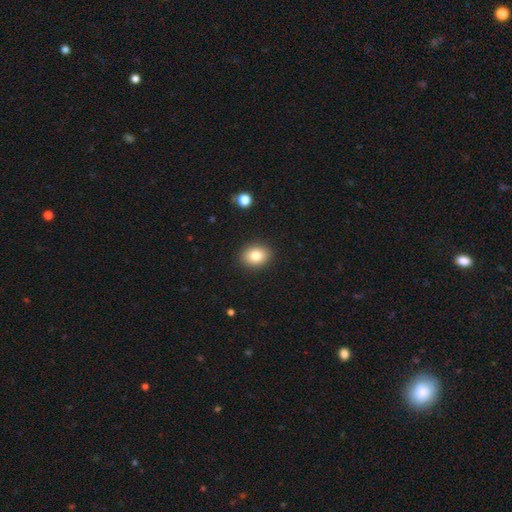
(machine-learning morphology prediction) The model was most divided on "how rounded": in between: 51%, round: 48%, cigar-shaped: 1%. More confident: merging — none (90%); smooth or featured — smooth (81%).